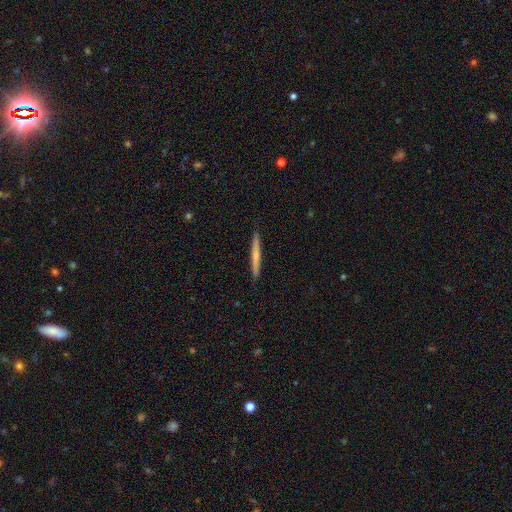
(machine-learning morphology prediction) smooth-or-featured: smooth: 51% | featured or disk: 44% | star or artifact: 6%
  how-rounded: cigar-shaped: 96% | in between: 2% | round: 1%
  merging: none: 91% | minor disturbance: 6% | major disturbance: 1% | merger: 1%